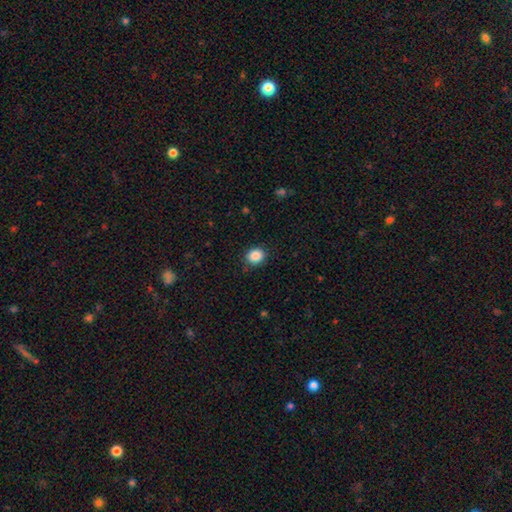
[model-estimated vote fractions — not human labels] A smooth galaxy with no disk features (87%) that is round (73%).

Vote fractions:
- Smooth or featured? smooth: 87% / star or artifact: 9% / featured or disk: 3%
- How rounded? round: 73% / in between: 27% / cigar-shaped: 1%
- Merging? none: 88% / minor disturbance: 9% / major disturbance: 2% / merger: 1%